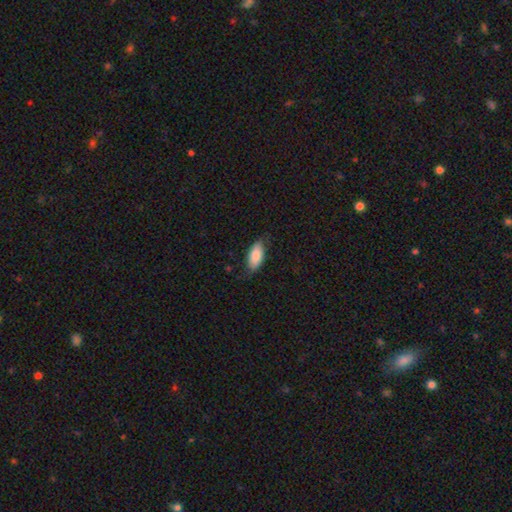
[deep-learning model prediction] Overall: smooth (83%). How rounded: in between (89%). Merging: none (71%).